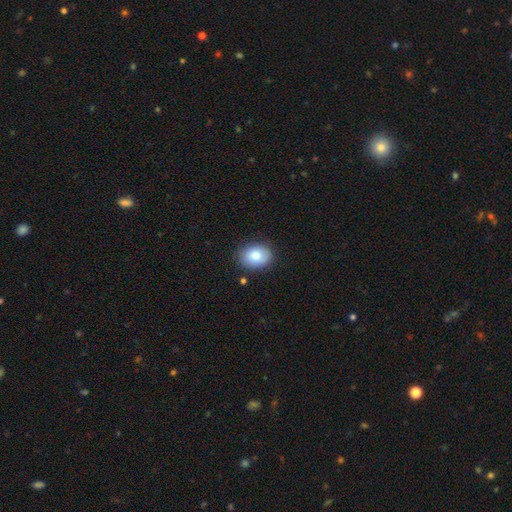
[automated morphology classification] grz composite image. It shows a smooth galaxy with no disk features (81%) that is in between round and cigar-shaped (62%). Merging: none (82%).